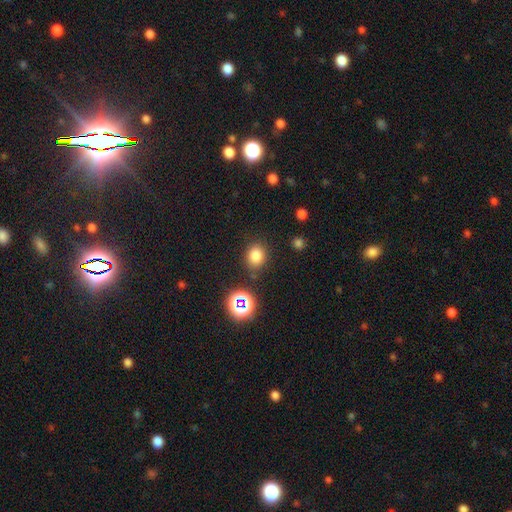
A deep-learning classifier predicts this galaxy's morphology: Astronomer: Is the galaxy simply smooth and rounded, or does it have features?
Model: smooth — 77%.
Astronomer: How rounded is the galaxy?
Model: round — 68%.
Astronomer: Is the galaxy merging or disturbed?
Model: none — 81%.